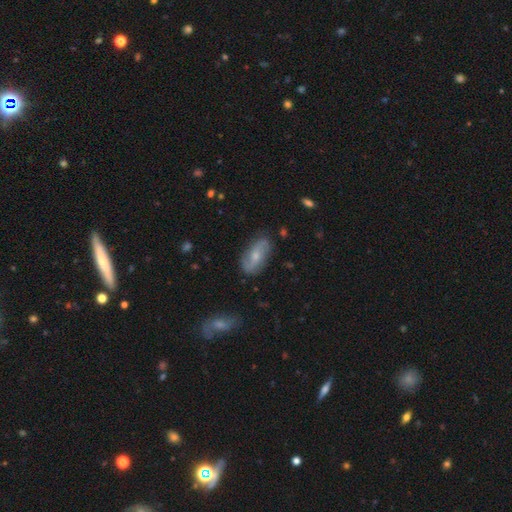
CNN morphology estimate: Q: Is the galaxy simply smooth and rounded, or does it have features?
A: featured or disk — 62%.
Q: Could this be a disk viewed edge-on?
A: no — 92%.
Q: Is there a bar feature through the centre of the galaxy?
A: no — 52%.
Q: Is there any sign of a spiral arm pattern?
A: yes — 87%.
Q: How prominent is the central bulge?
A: small — 50%.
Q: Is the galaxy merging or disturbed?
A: none — 78%.